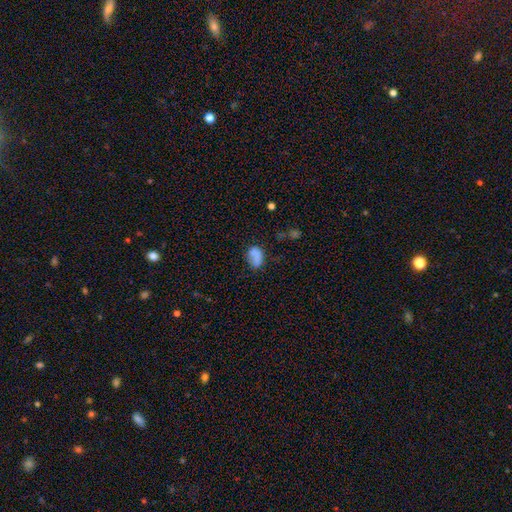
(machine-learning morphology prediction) Q: Smooth or featured?
A: smooth (78%); runner-up: featured or disk (11%)
Q: How rounded?
A: in between (83%); runner-up: round (16%)
Q: Merging?
A: none (55%); runner-up: minor disturbance (27%)